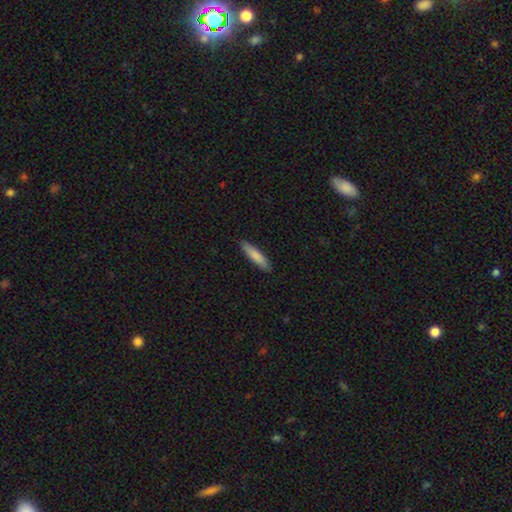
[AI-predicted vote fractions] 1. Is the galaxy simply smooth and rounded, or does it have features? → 83% smooth, 12% featured or disk, 5% star or artifact.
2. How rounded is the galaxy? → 81% cigar-shaped, 18% in between, 1% round.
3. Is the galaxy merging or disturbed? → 88% none, 10% minor disturbance, 2% major disturbance, 1% merger.